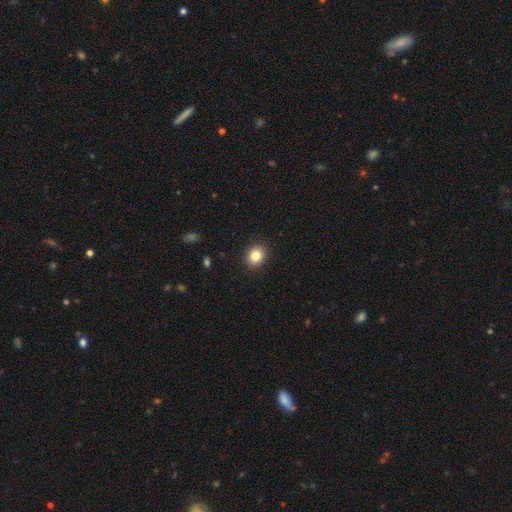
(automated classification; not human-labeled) Morphology: type=smooth (84%); roundness=round (72%); merging=none (91%).